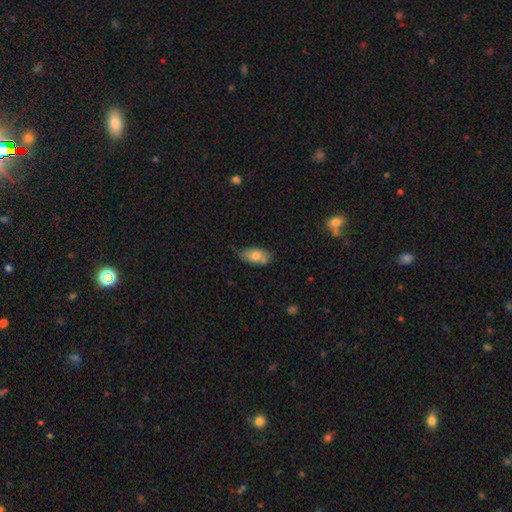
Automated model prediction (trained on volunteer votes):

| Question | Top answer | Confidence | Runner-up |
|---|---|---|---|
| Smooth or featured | smooth | 77% | featured or disk (16%) |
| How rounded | in between | 91% | cigar-shaped (5%) |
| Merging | none | 63% | minor disturbance (27%) |